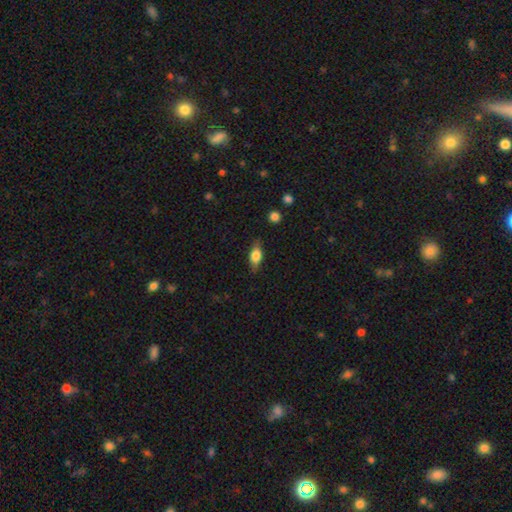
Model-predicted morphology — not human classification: A smooth galaxy with no disk features (73%) that is in between round and cigar-shaped (80%).

Vote fractions:
- Smooth or featured? smooth: 73% / featured or disk: 20% / star or artifact: 7%
- How rounded? in between: 80% / cigar-shaped: 14% / round: 6%
- Merging? none: 80% / minor disturbance: 15% / major disturbance: 3% / merger: 1%